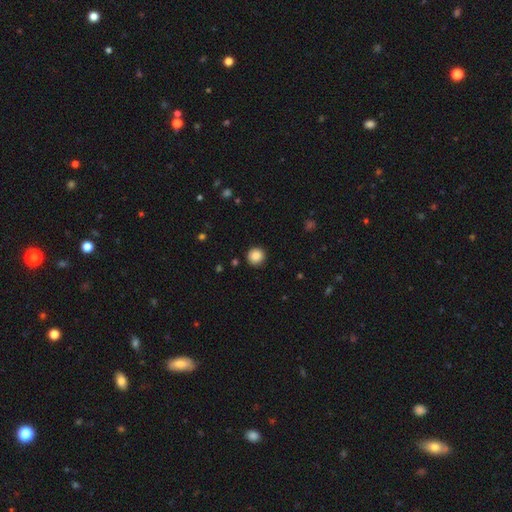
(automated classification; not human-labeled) Smooth or featured: smooth — 87% (star or artifact — 9%)
How rounded: round — 95% (in between — 4%)
Merging: none — 91% (minor disturbance — 6%)